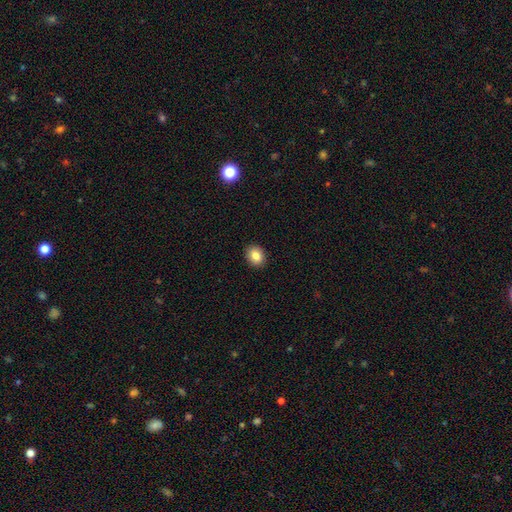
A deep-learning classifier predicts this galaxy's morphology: type=smooth (85%); roundness=in between (51%); merging=none (91%).